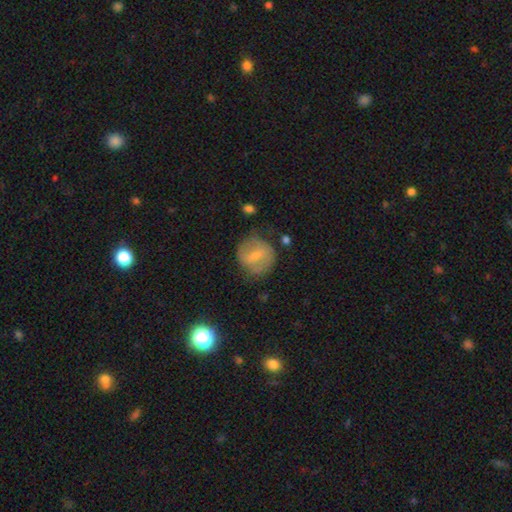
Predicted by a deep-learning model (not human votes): The model was most divided on "smooth or featured": smooth: 48%, featured or disk: 44%, star or artifact: 7%. More confident: merging — none (63%).